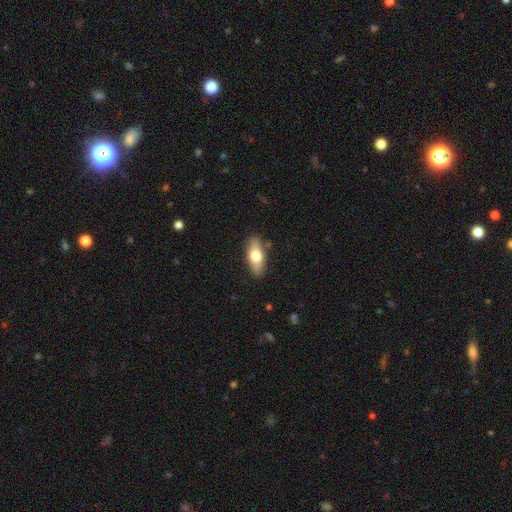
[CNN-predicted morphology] The model was most divided on "smooth or featured": smooth: 67%, featured or disk: 27%, star or artifact: 6%. More confident: merging — none (87%); how rounded — in between (78%).